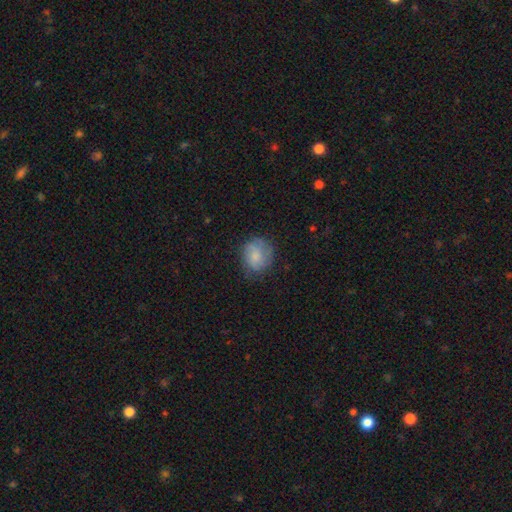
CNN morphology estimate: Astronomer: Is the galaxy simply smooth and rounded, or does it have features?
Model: smooth — 67%.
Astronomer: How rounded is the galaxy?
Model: round — 71%.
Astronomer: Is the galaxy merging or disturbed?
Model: none — 64%.